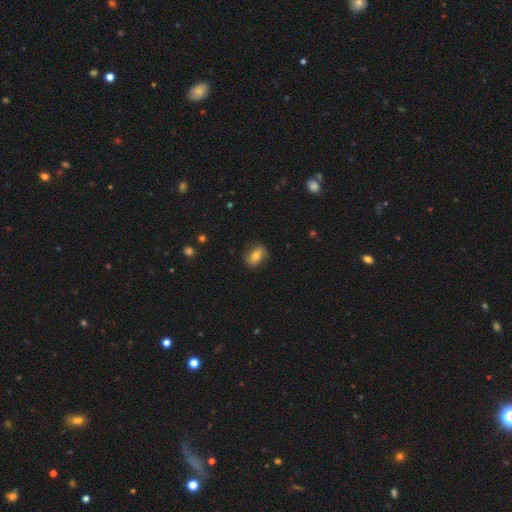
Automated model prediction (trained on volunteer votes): Morphology: type=smooth (70%); roundness=in between (79%); merging=none (81%).